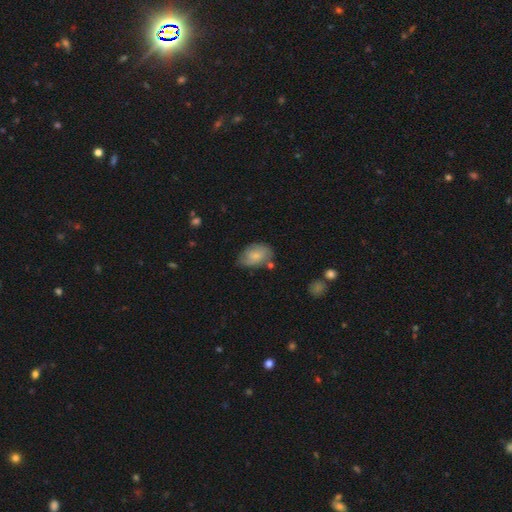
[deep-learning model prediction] Overall: smooth (63%; featured or disk 30%). How rounded: in between (85%). Merging: none (58%; minor disturbance 29%).